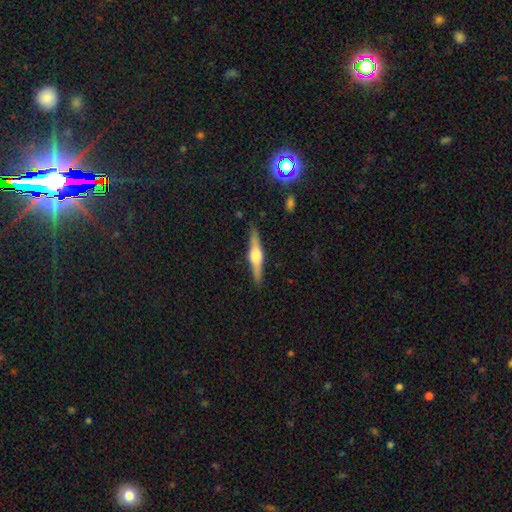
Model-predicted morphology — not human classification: Smooth or featured?
  - featured or disk: 75% *
  - smooth: 19%
  - star or artifact: 6%
Edge-on disk?
  - yes: 98% *
  - no: 2%
Edge-on bulge?
  - rounded: 88% *
  - boxy: 10%
  - none: 2%
Merging?
  - none: 90% *
  - minor disturbance: 8%
  - major disturbance: 2%
  - merger: 1%